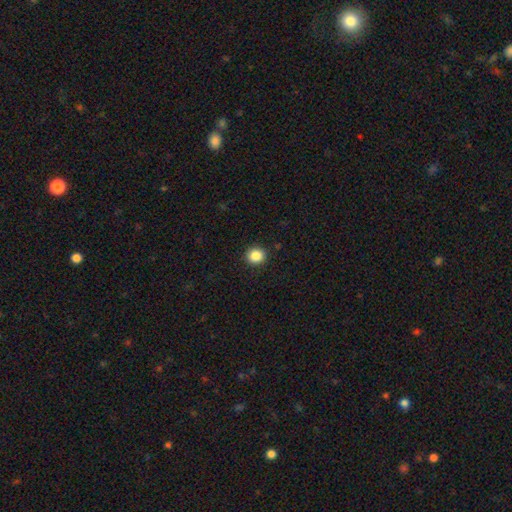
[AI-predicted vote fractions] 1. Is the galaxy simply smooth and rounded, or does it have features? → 87% smooth, 10% star or artifact, 3% featured or disk.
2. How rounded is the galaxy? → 85% round, 14% in between, 1% cigar-shaped.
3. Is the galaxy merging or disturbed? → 91% none, 6% minor disturbance, 2% major disturbance, 1% merger.